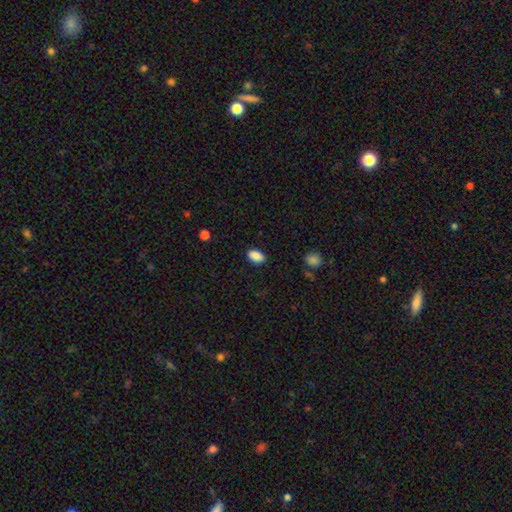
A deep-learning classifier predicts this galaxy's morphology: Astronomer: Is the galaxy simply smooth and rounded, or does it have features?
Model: smooth — 89%.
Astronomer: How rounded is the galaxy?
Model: in between — 90%.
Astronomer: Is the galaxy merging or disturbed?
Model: none — 85%.